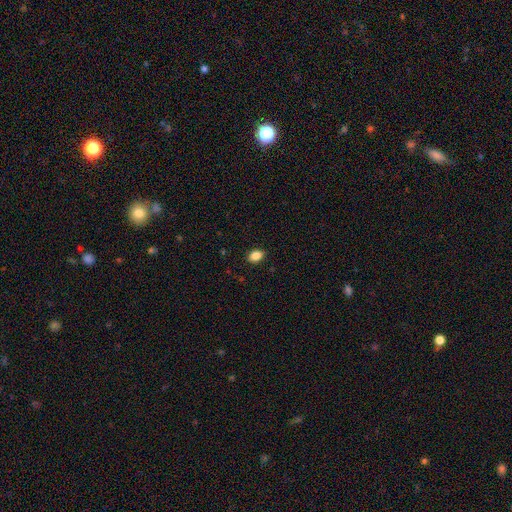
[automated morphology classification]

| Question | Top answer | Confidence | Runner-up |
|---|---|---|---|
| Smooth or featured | smooth | 86% | star or artifact (9%) |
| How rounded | in between | 80% | round (18%) |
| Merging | none | 89% | minor disturbance (8%) |